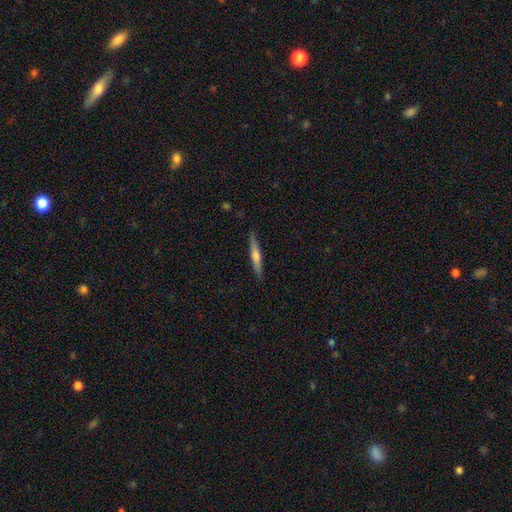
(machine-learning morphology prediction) Smooth or featured?
  - featured or disk: 54% *
  - smooth: 40%
  - star or artifact: 6%
Edge-on disk?
  - yes: 97% *
  - no: 3%
Edge-on bulge?
  - rounded: 74% *
  - none: 17%
  - boxy: 9%
Merging?
  - none: 90% *
  - minor disturbance: 8%
  - major disturbance: 1%
  - merger: 1%